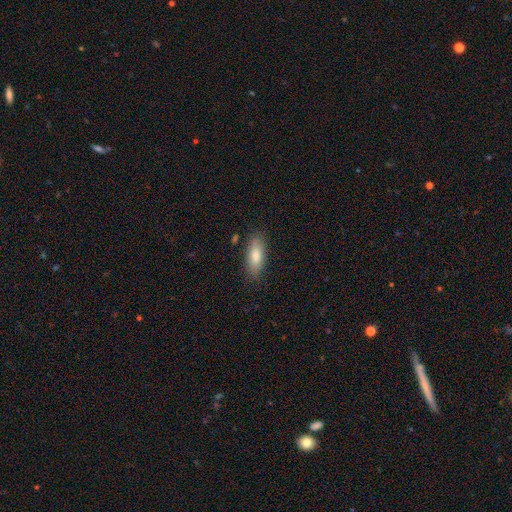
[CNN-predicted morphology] smooth 82%, featured or disk 12%, star or artifact 6%. Down the decision tree: how rounded — in between (71%); merging — none (83%).